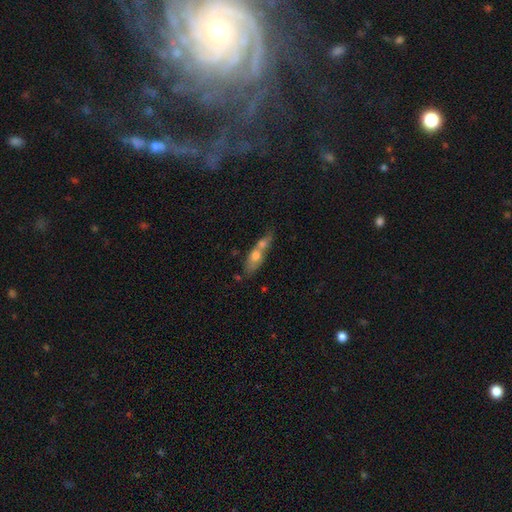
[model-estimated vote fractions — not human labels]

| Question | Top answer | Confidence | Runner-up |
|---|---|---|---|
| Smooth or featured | smooth | 57% | featured or disk (35%) |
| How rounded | in between | 53% | cigar-shaped (38%) |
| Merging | merger | 55% | none (24%) |